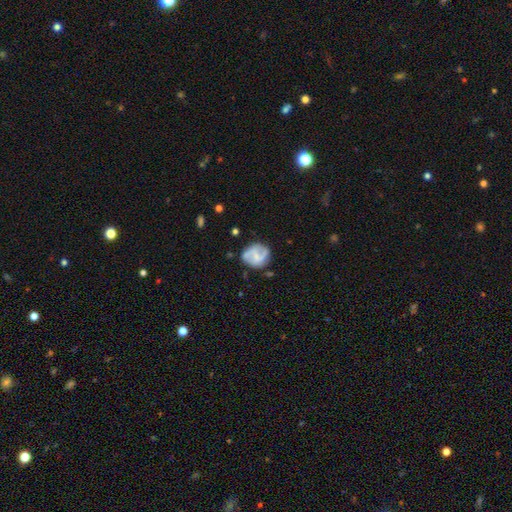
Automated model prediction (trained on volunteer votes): Smooth or featured?
  - featured or disk: 53% *
  - smooth: 40%
  - star or artifact: 7%
Edge-on disk?
  - no: 97% *
  - yes: 3%
Bar?
  - no: 50% *
  - weak: 38%
  - strong: 12%
Spiral arms?
  - yes: 71% *
  - no: 29%
Bulge size?
  - small: 47% *
  - none: 27%
  - moderate: 23%
  - large: 2%
  - dominant: 1%
Merging?
  - none: 66% *
  - minor disturbance: 22%
  - major disturbance: 9%
  - merger: 4%